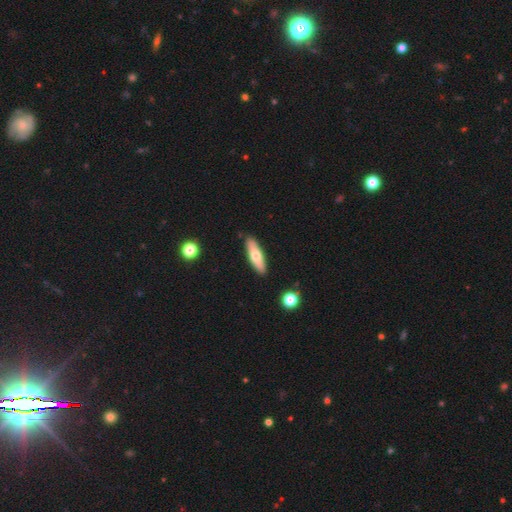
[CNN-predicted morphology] Smooth or featured? smooth (62%)
How rounded? cigar-shaped (59%)
Merging? none (88%)